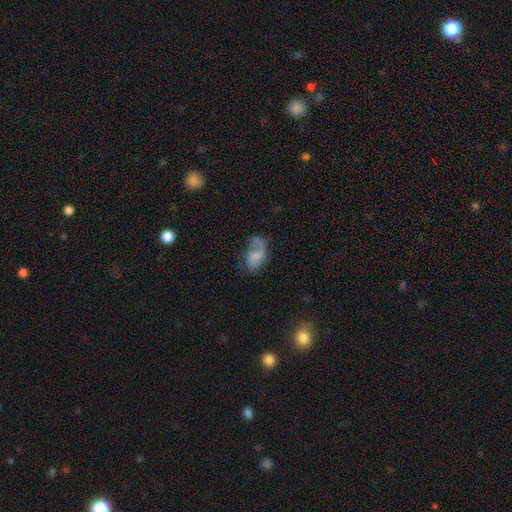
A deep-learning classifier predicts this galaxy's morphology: Smooth or featured? Predicted: featured or disk (p=0.45, tied with smooth). Merging? Predicted: none (p=0.37).